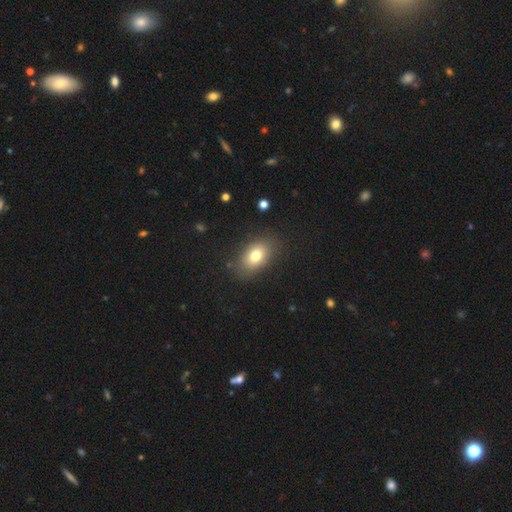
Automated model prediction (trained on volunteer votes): Smooth or featured: smooth — 76% (featured or disk — 14%)
How rounded: in between — 82% (round — 16%)
Merging: none — 83% (minor disturbance — 12%)